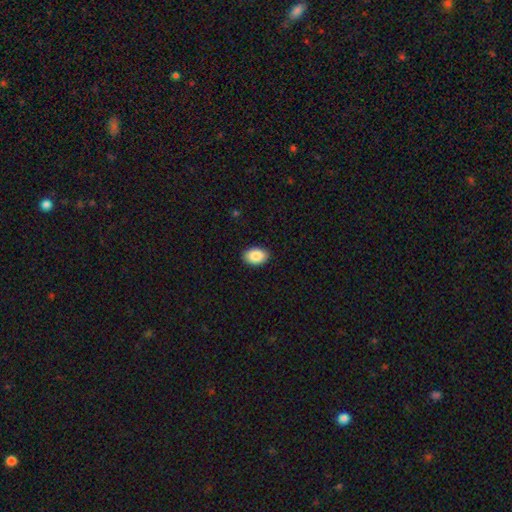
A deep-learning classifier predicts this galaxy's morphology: smooth 89%, star or artifact 7%, featured or disk 4%. Down the decision tree: how rounded — in between (88%); merging — none (90%).